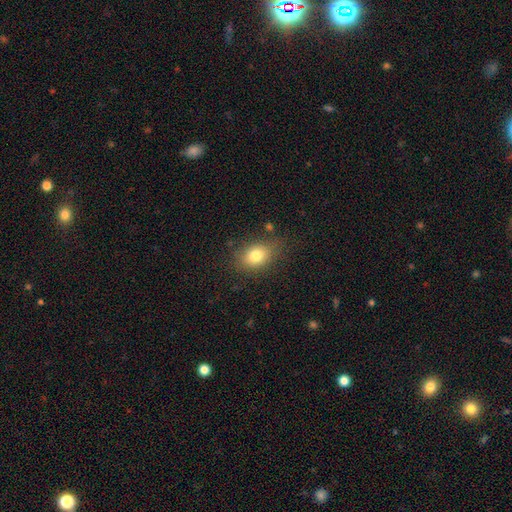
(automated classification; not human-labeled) smooth_or_featured: smooth (p=0.79) [alt: featured or disk p=0.11]
how_rounded: in between (p=0.69) [alt: round p=0.30]
merging: none (p=0.76) [alt: minor disturbance p=0.17]